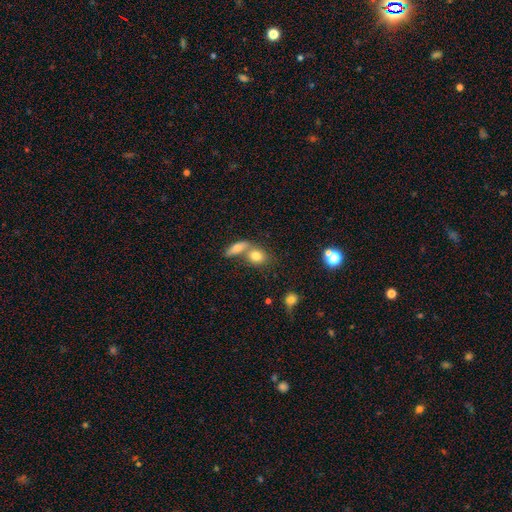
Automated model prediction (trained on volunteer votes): Overall: smooth (78%). How rounded: in between (52%; round 43%). Merging: merger (46%; none 41%).